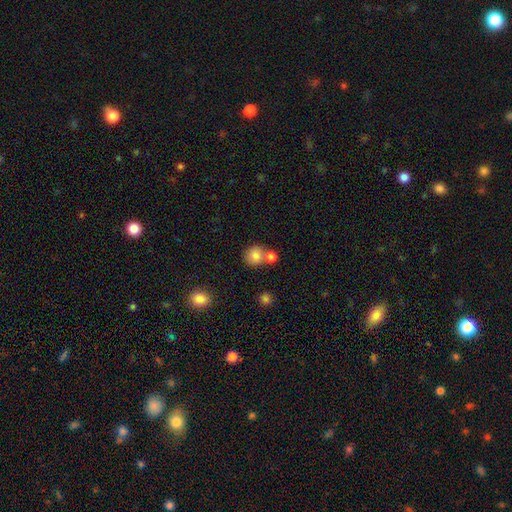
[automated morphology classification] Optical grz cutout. It shows a smooth galaxy with no disk features (81%) that is round (85%). Merging: none (54%).